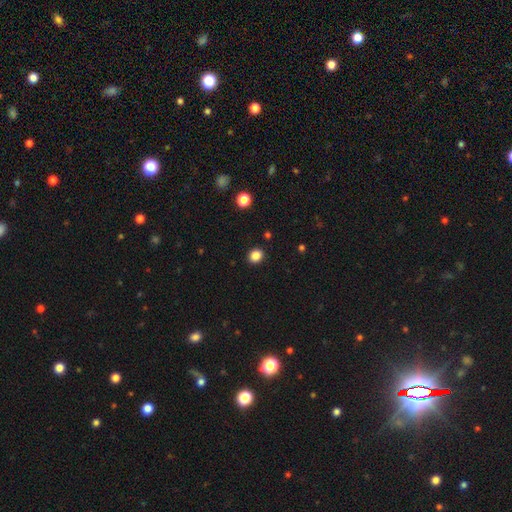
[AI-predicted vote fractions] smooth-or-featured: smooth: 86% | star or artifact: 11% | featured or disk: 3%
  how-rounded: round: 66% | in between: 33% | cigar-shaped: 1%
  merging: none: 91% | minor disturbance: 6% | major disturbance: 2% | merger: 1%